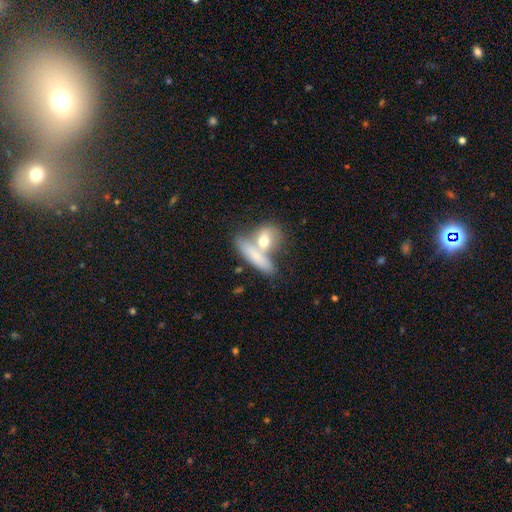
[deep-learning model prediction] Q: Smooth or featured?
A: smooth (67%); runner-up: featured or disk (27%)
Q: How rounded?
A: in between (49%); runner-up: cigar-shaped (37%)
Q: Merging?
A: merger (54%); runner-up: none (31%)